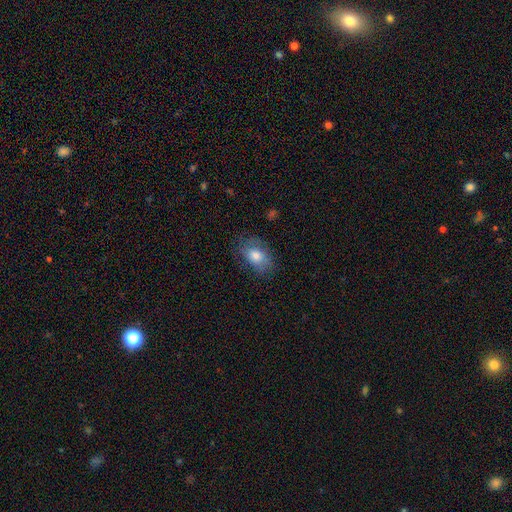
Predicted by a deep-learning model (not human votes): Overall: smooth (71%). How rounded: in between (83%). Merging: none (71%).